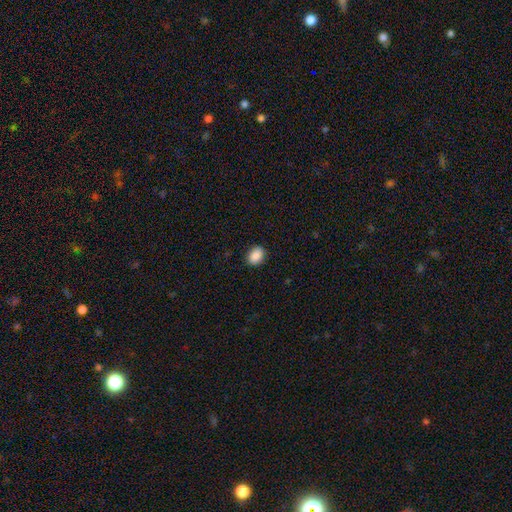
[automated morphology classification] A smooth galaxy with no disk features (89%) that is in between round and cigar-shaped (68%).

Vote fractions:
- Smooth or featured? smooth: 89% / star or artifact: 8% / featured or disk: 3%
- How rounded? in between: 68% / round: 31% / cigar-shaped: 1%
- Merging? none: 89% / minor disturbance: 8% / major disturbance: 2% / merger: 1%